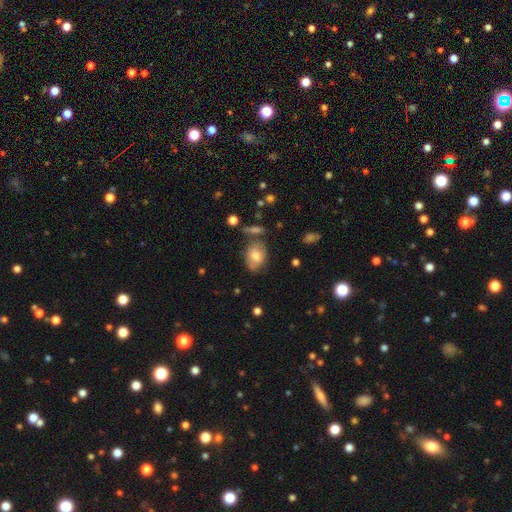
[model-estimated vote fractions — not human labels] smooth_or_featured: smooth (p=0.70) [alt: featured or disk p=0.22]
how_rounded: in between (p=0.72) [alt: round p=0.26]
merging: none (p=0.65) [alt: minor disturbance p=0.21]